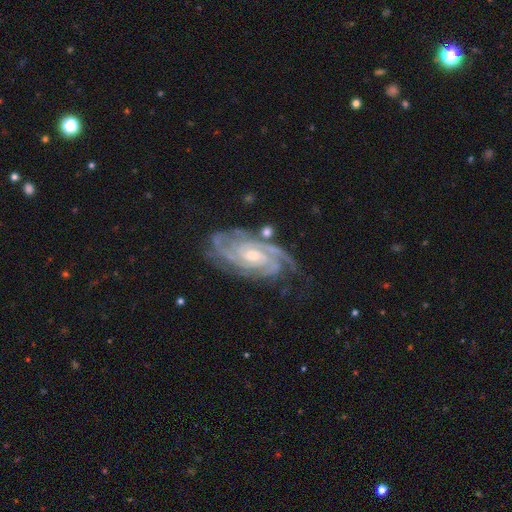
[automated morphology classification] Overall: featured or disk (90%). Edge-on disk: no (96%). Bar: no (54%; weak 34%). Spiral arms: yes (98%). Spiral arm count: 3 (31%; 2 25%). Spiral winding: tight (74%). Bulge size: small (51%; moderate 45%). Merging: none (72%).